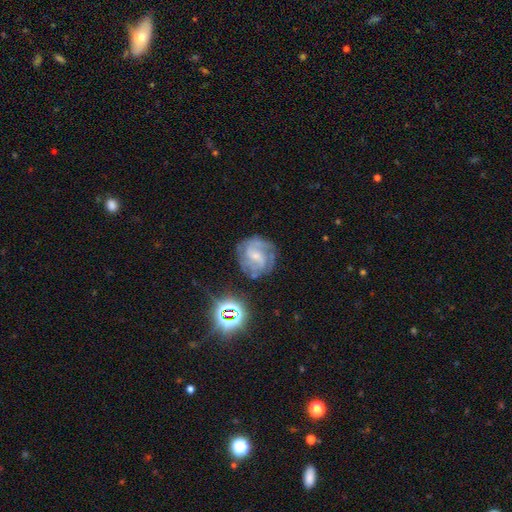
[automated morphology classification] A featured or disk galaxy (77%) with a weak bar (48%), 2 (38%) medium (44%) spiral arms (93%) and a small central bulge (61%).

Vote fractions:
- Smooth or featured? featured or disk: 77% / smooth: 13% / star or artifact: 10%
- Edge-on disk? no: 98% / yes: 2%
- Bar? weak: 48% / no: 39% / strong: 13%
- Spiral arms? yes: 93% / no: 7%
- Spiral winding? medium: 44% / tight: 42% / loose: 14%
- Spiral arm count? 2: 38% / can't tell: 25% / 3: 23% / 4: 6% / 1: 4% / more than 4: 4%
- Bulge size? small: 61% / moderate: 25% / none: 11% / large: 2% / dominant: 1%
- Merging? none: 70% / minor disturbance: 18% / major disturbance: 9% / merger: 3%